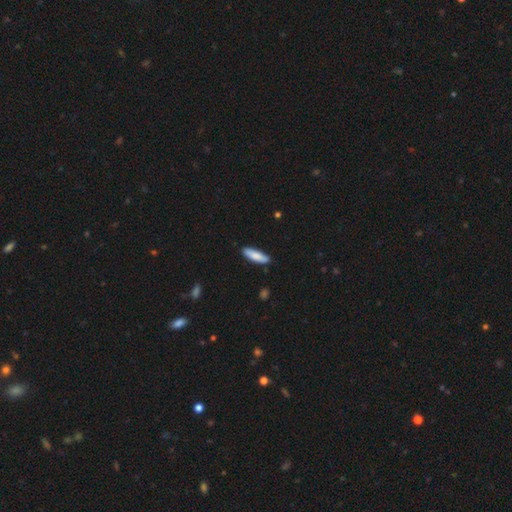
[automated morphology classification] Q: Smooth or featured?
A: smooth (83%); runner-up: featured or disk (11%)
Q: How rounded?
A: cigar-shaped (64%); runner-up: in between (35%)
Q: Merging?
A: none (86%); runner-up: minor disturbance (11%)